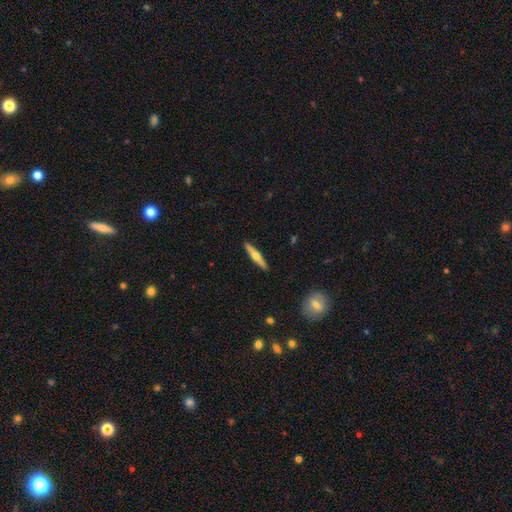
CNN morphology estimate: type=featured or disk (59%); edge-on=yes (96%); edge-on bulge=rounded (92%); merging=none (92%).